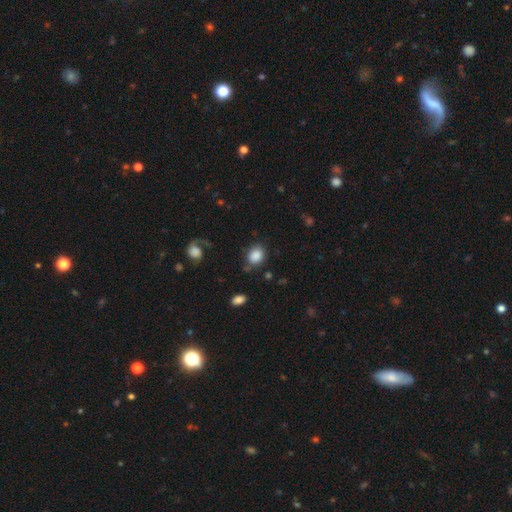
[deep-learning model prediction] Morphology: type=smooth (86%); roundness=round (52%); merging=none (72%).